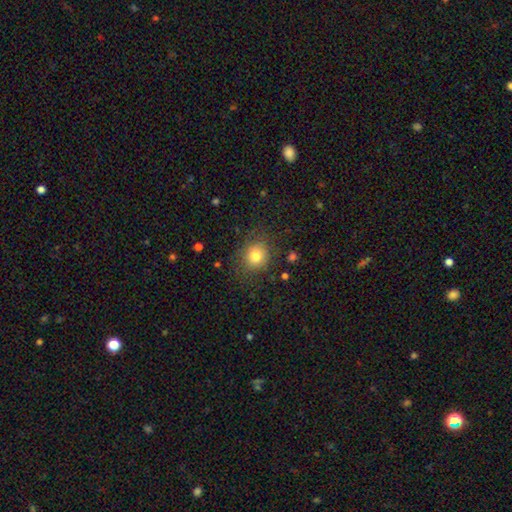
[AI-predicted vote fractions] Smooth or featured? Predicted: smooth (p=0.80). How rounded? Predicted: round (p=0.77). Merging? Predicted: none (p=0.81).